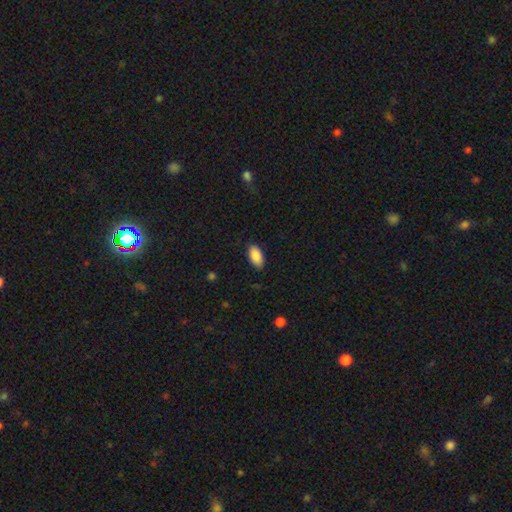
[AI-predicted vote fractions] A smooth galaxy with no disk features (89%) that is in between round and cigar-shaped (94%).

Vote fractions:
- Smooth or featured? smooth: 89% / star or artifact: 6% / featured or disk: 4%
- How rounded? in between: 94% / cigar-shaped: 4% / round: 2%
- Merging? none: 86% / minor disturbance: 11% / major disturbance: 2% / merger: 1%